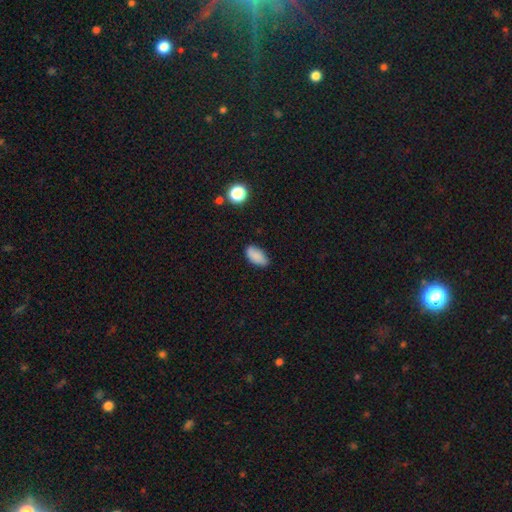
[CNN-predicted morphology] Smooth or featured?
  - smooth: 87% *
  - star or artifact: 9%
  - featured or disk: 5%
How rounded?
  - in between: 91% *
  - cigar-shaped: 6%
  - round: 3%
Merging?
  - none: 79% *
  - minor disturbance: 16%
  - major disturbance: 3%
  - merger: 1%